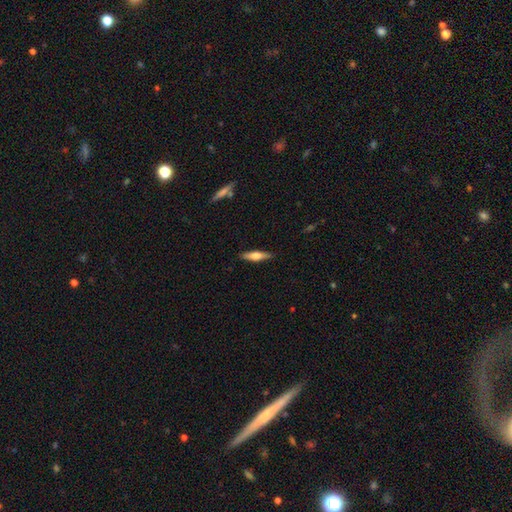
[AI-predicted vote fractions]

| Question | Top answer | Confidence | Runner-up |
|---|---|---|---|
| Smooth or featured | smooth | 51% | featured or disk (43%) |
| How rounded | cigar-shaped | 72% | in between (26%) |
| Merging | none | 87% | minor disturbance (10%) |